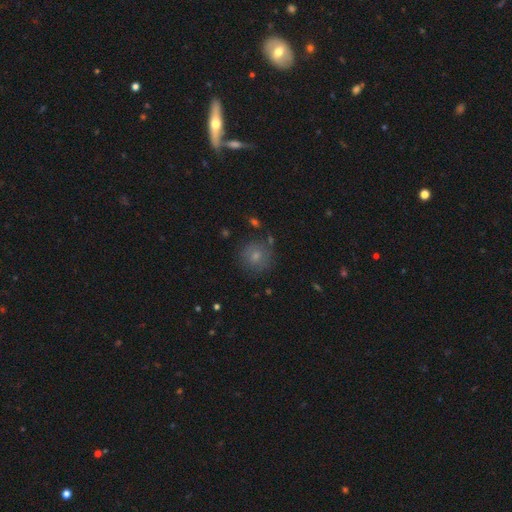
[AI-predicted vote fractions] smooth-or-featured: smooth: 70% | featured or disk: 17% | star or artifact: 12%
  how-rounded: round: 89% | in between: 10% | cigar-shaped: 1%
  merging: none: 75% | minor disturbance: 16% | major disturbance: 5% | merger: 4%